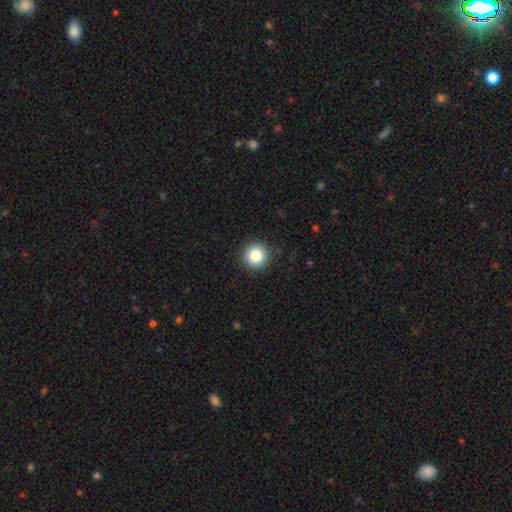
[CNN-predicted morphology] A smooth galaxy with no disk features (84%) that is round (95%).

Vote fractions:
- Smooth or featured? smooth: 84% / star or artifact: 11% / featured or disk: 6%
- How rounded? round: 95% / in between: 4% / cigar-shaped: 1%
- Merging? none: 92% / minor disturbance: 5% / major disturbance: 2% / merger: 1%